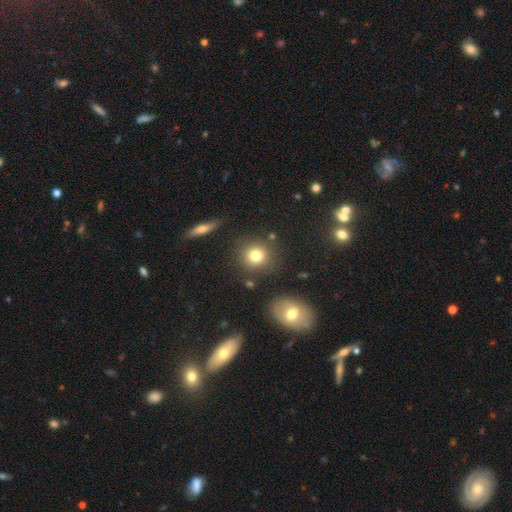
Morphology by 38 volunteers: A smooth galaxy with no disk features (92%) that is round (77%).

Vote fractions:
- Smooth or featured? smooth: 92% / star or artifact: 5% / featured or disk: 3%
- How rounded? round: 77% / in between: 23% / cigar-shaped: 0%
- Merging? none: 86% / minor disturbance: 8% / major disturbance: 3% / merger: 3%